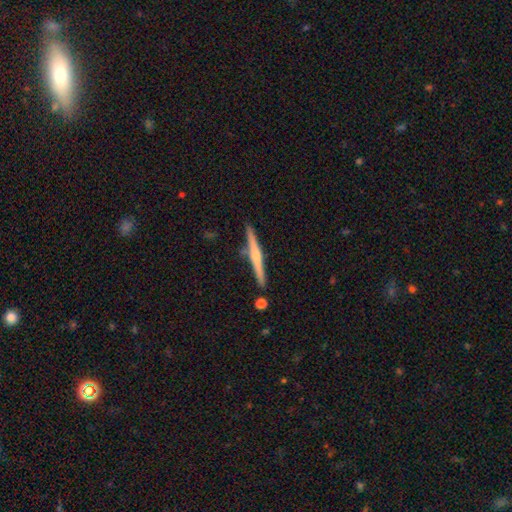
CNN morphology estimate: smooth_or_featured: featured or disk (p=0.62) [alt: smooth p=0.32]
disk_edge_on: yes (p=0.98) [alt: no p=0.02]
edge_on_bulge: rounded (p=0.66) [alt: none p=0.23]
merging: none (p=0.86) [alt: minor disturbance p=0.09]